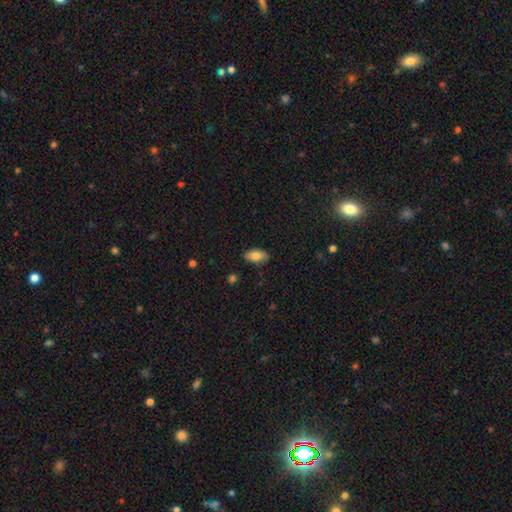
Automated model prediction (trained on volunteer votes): Smooth or featured: smooth — 82% (featured or disk — 11%)
How rounded: in between — 92% (cigar-shaped — 5%)
Merging: none — 85% (minor disturbance — 12%)